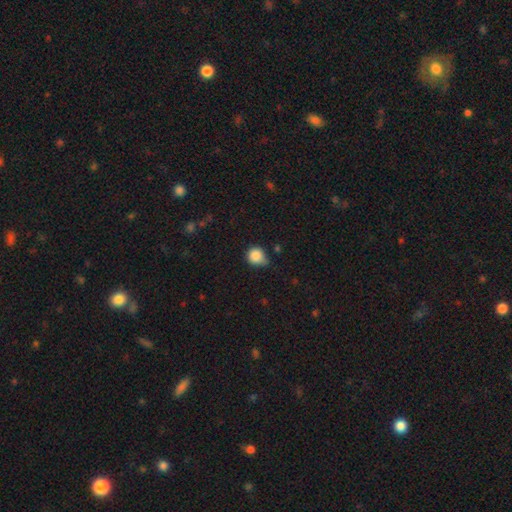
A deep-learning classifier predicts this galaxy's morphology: A smooth galaxy with no disk features (86%) that is round (85%).

Vote fractions:
- Smooth or featured? smooth: 86% / star or artifact: 9% / featured or disk: 5%
- How rounded? round: 85% / in between: 14% / cigar-shaped: 1%
- Merging? none: 46% / minor disturbance: 41% / major disturbance: 8% / merger: 5%